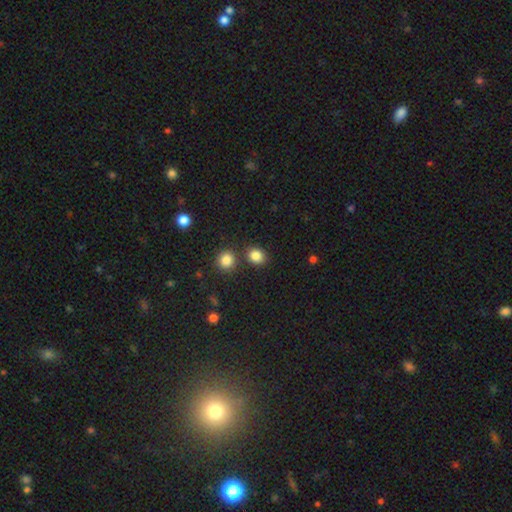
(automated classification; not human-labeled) The model was most divided on "how rounded": round: 63%, in between: 36%, cigar-shaped: 1%. More confident: smooth or featured — smooth (84%); merging — none (77%).